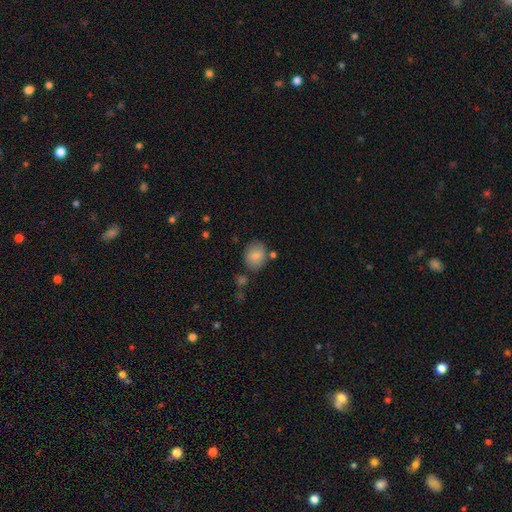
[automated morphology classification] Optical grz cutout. It shows a smooth galaxy with no disk features (81%) that is round (61%). Merging: none (74%).